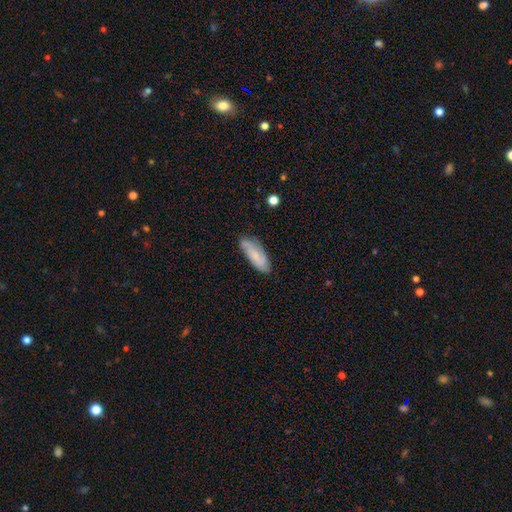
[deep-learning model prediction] A featured or disk galaxy (46%, tied with smooth).

Vote fractions:
- Smooth or featured? featured or disk: 46% (tied) / smooth: 46% (tied) / star or artifact: 7%
- Merging? none: 75% / minor disturbance: 19% / major disturbance: 4% / merger: 2%